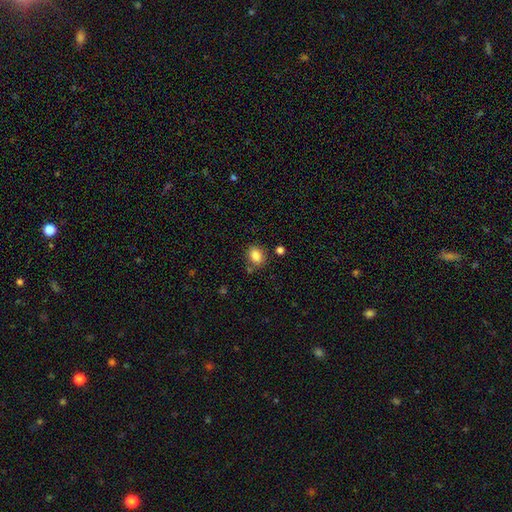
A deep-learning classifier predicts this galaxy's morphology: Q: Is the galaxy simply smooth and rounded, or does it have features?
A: smooth — 84%.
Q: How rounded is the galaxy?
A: in between — 60%.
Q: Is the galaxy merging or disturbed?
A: none — 76%.